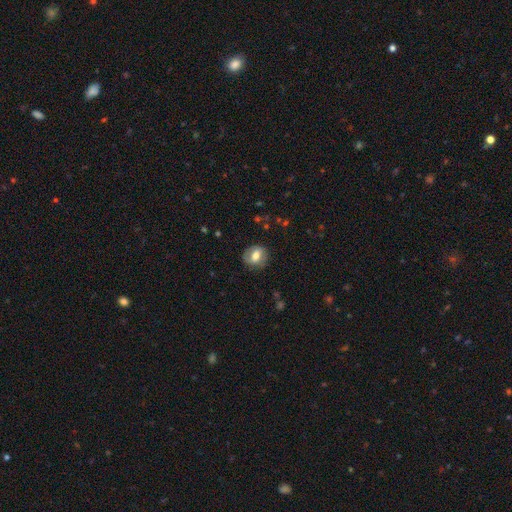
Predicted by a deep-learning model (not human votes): Smooth or featured? smooth (54%)
How rounded? round (66%)
Merging? none (81%)